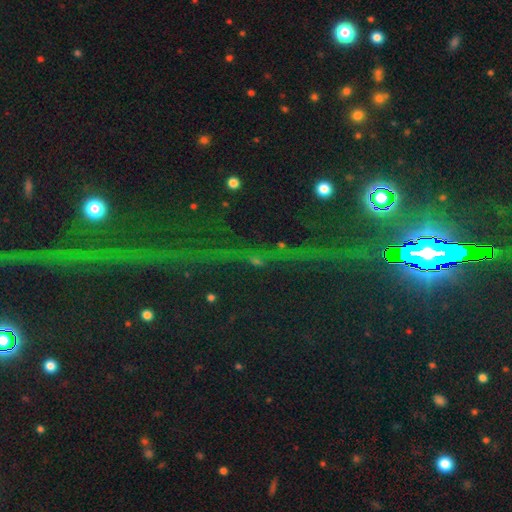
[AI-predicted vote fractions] Q: Smooth or featured?
A: star or artifact (85%); runner-up: featured or disk (9%)